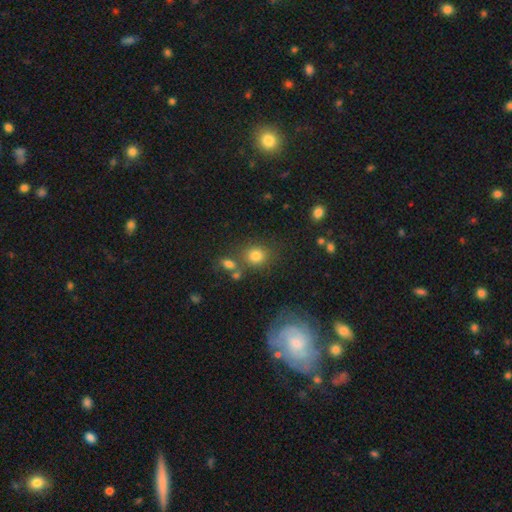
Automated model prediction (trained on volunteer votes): Smooth or featured? smooth (79%)
How rounded? round (79%)
Merging? none (67%)